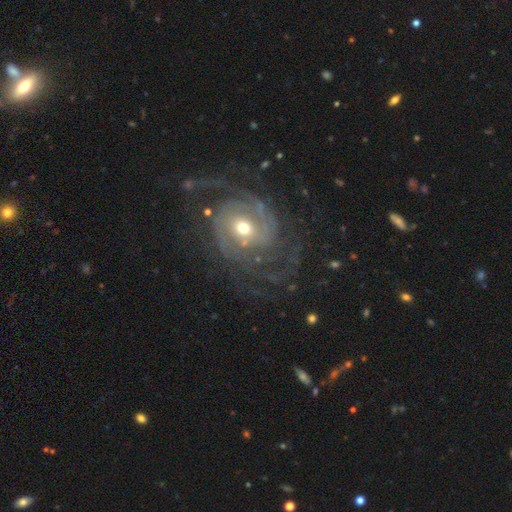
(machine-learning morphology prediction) smooth-or-featured: featured or disk: 87% | star or artifact: 7% | smooth: 6%
  disk-edge-on: no: 97% | yes: 3%
    bar: no: 57% | weak: 32% | strong: 11%
    has-spiral-arms: yes: 96% | no: 4%
      spiral-winding: tight: 56% | medium: 33% | loose: 11%
      spiral-arm-count: 2: 36% | can't tell: 23% | 3: 17% | 4: 9% | more than 4: 7% | 1: 7%
    bulge-size: moderate: 62% | small: 30% | large: 6% | dominant: 1% | none: 1%
  merging: none: 69% | minor disturbance: 15% | major disturbance: 14% | merger: 2%